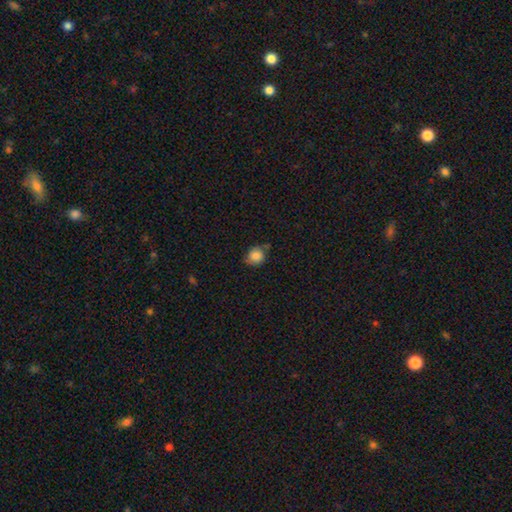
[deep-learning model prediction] This appears to be a smooth galaxy with no disk features (84%) that is round (78%). Merging: none (64%).